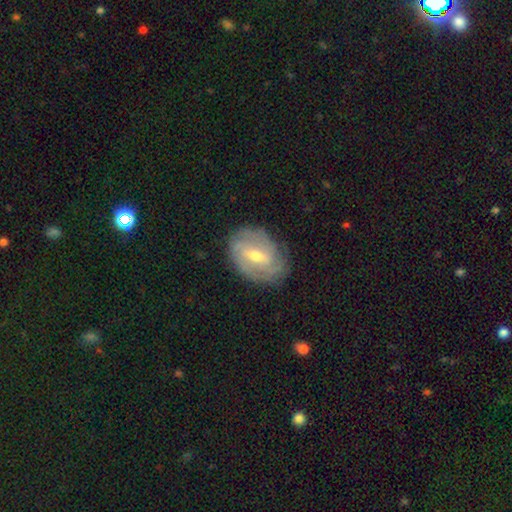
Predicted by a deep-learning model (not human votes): This appears to be a featured or disk galaxy (75%) with a weak bar (51%), 2 (40%) tight (54%) spiral arms (85%) and a moderate central bulge (64%). Merging: none (77%).